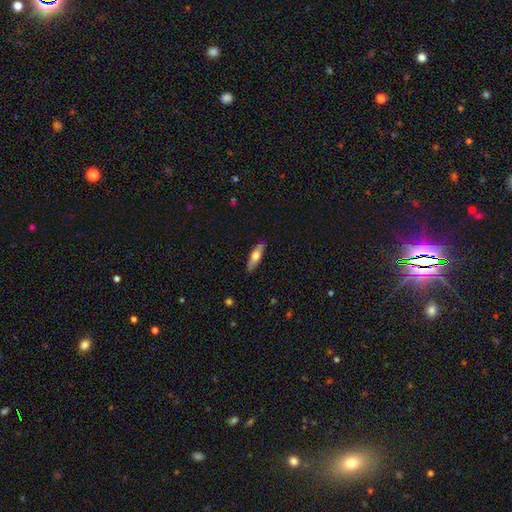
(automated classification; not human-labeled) This appears to be a smooth galaxy with no disk features (57%) that is cigar-shaped (61%). Merging: none (88%).